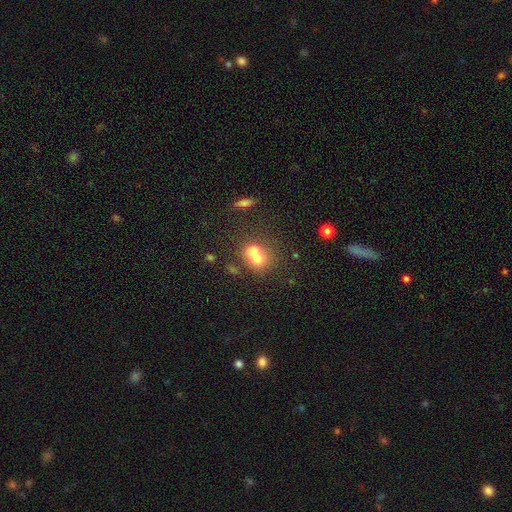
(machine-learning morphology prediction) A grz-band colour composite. It shows a smooth galaxy with no disk features (64%) that is round (65%). Merging: merger (64%).